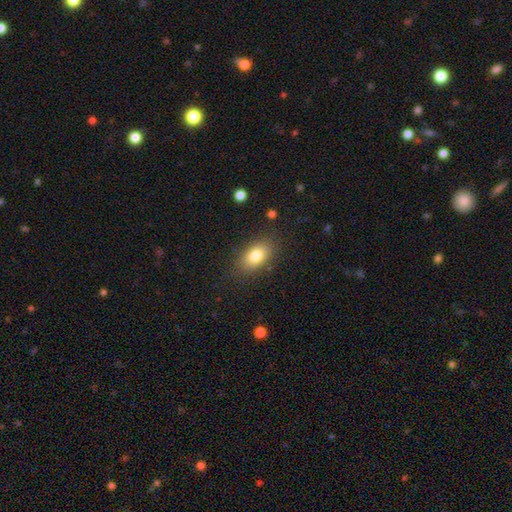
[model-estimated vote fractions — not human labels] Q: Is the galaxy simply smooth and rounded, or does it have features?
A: smooth — 80%.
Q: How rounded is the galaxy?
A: in between — 87%.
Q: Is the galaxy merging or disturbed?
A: none — 83%.